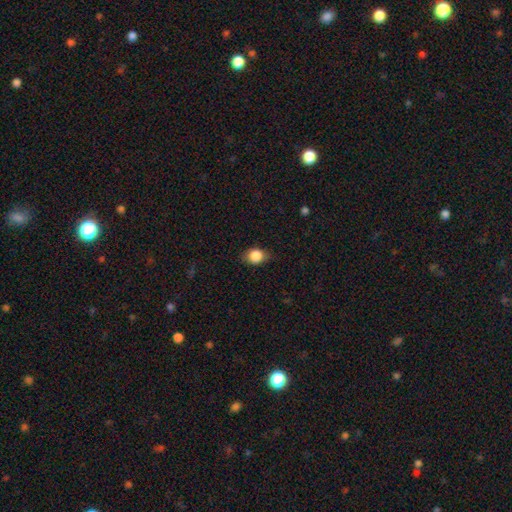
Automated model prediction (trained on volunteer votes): Smooth or featured? Predicted: smooth (p=0.84). How rounded? Predicted: in between (p=0.51). Merging? Predicted: none (p=0.74).